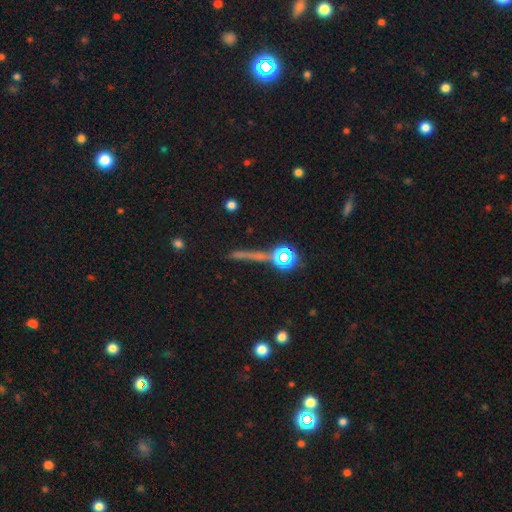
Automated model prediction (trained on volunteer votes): Smooth or featured: smooth — 40% (star or artifact — 32%)
Merging: none — 68% (merger — 13%)